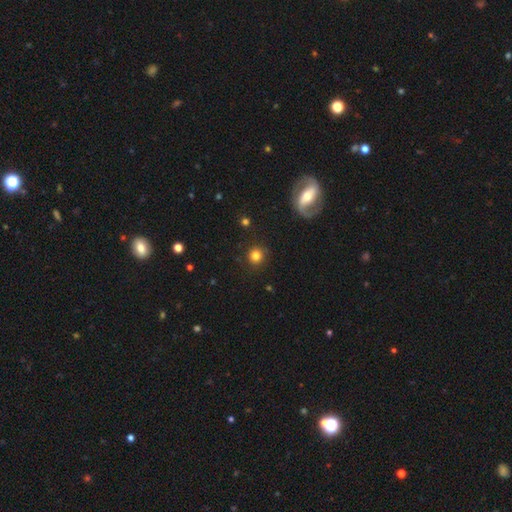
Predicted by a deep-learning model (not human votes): A smooth galaxy with no disk features (80%) that is round (93%). Merging: none (88%).